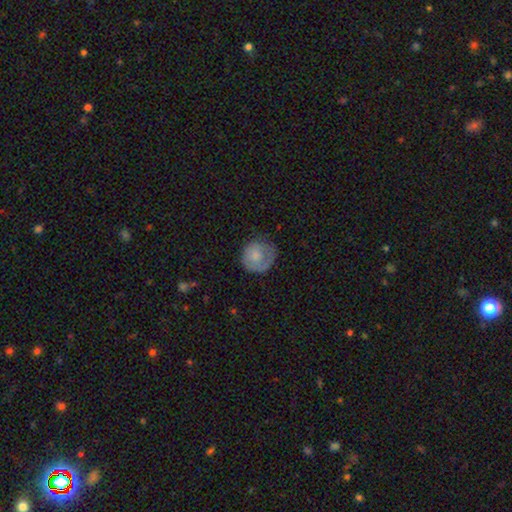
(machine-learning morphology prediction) Smooth or featured?
  - smooth: 68% *
  - featured or disk: 25%
  - star or artifact: 7%
How rounded?
  - round: 87% *
  - in between: 12%
  - cigar-shaped: 1%
Merging?
  - none: 62% *
  - minor disturbance: 24%
  - major disturbance: 13%
  - merger: 1%